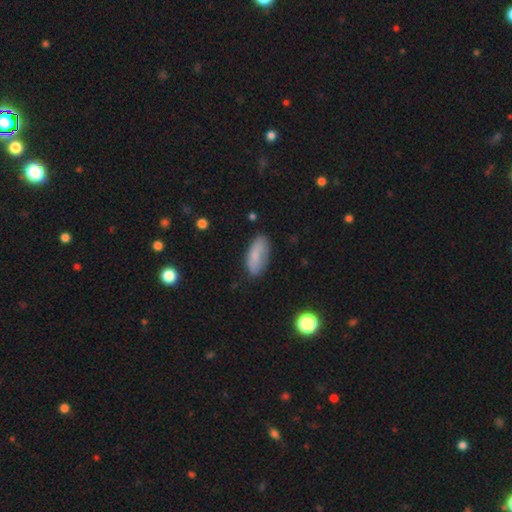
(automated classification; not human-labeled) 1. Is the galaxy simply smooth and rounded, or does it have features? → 78% smooth, 15% featured or disk, 8% star or artifact.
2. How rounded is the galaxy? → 82% in between, 16% cigar-shaped, 2% round.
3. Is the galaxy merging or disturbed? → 74% none, 19% minor disturbance, 5% major disturbance, 2% merger.